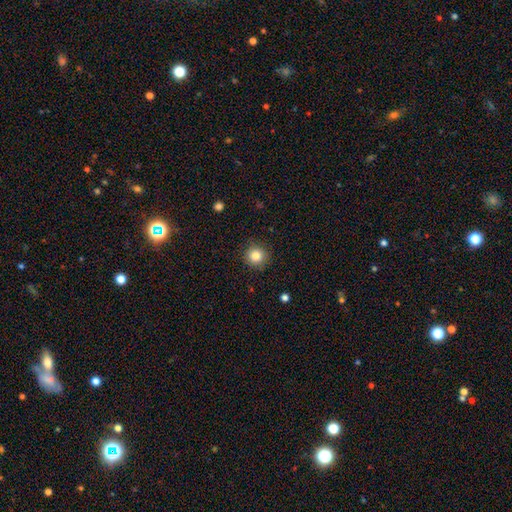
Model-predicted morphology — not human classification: A smooth galaxy with no disk features (84%) that is round (94%). Merging: none (90%).